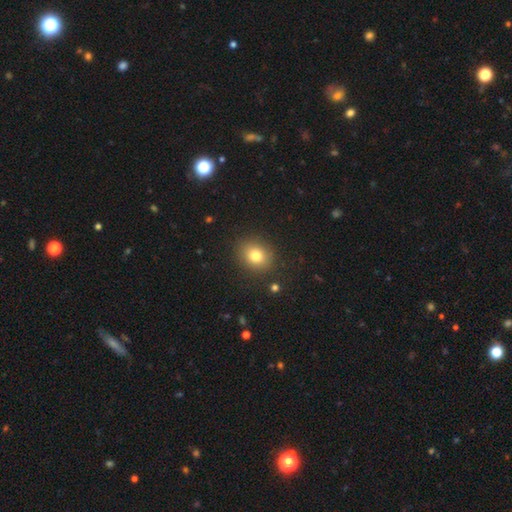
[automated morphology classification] smooth 79%, star or artifact 12%, featured or disk 9%. Down the decision tree: how rounded — round (65%); merging — none (87%).